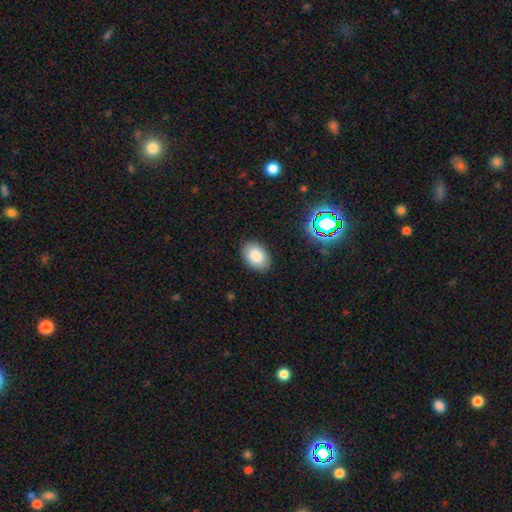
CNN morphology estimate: This appears to be a smooth galaxy with no disk features (84%) that is in between round and cigar-shaped (87%). Merging: none (88%).